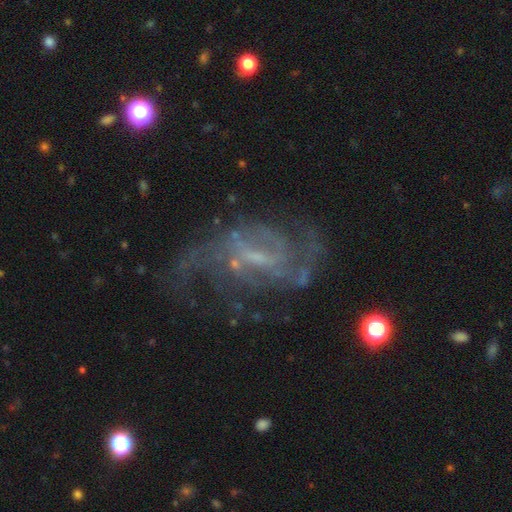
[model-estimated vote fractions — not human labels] featured or disk 83%, star or artifact 10%, smooth 7%. Down the decision tree: edge-on disk — no (96%); bar — weak (52%); spiral arms — yes (88%); spiral arm count — 2 (36%); spiral winding — medium (43%); bulge size — small (52%); merging — none (51%).